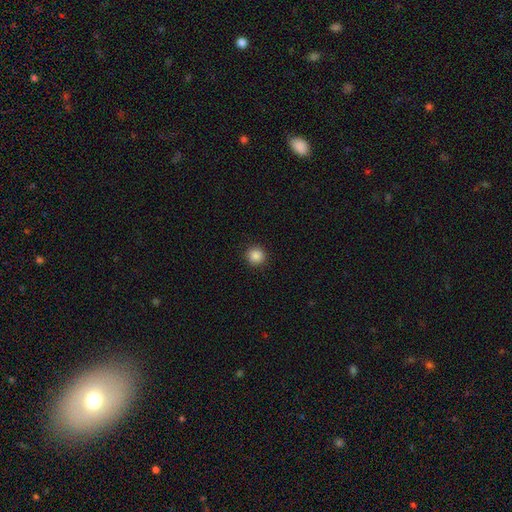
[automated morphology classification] smooth-or-featured: smooth: 86% | star or artifact: 10% | featured or disk: 3%
  how-rounded: round: 95% | in between: 4% | cigar-shaped: 1%
  merging: none: 92% | minor disturbance: 5% | major disturbance: 2% | merger: 1%